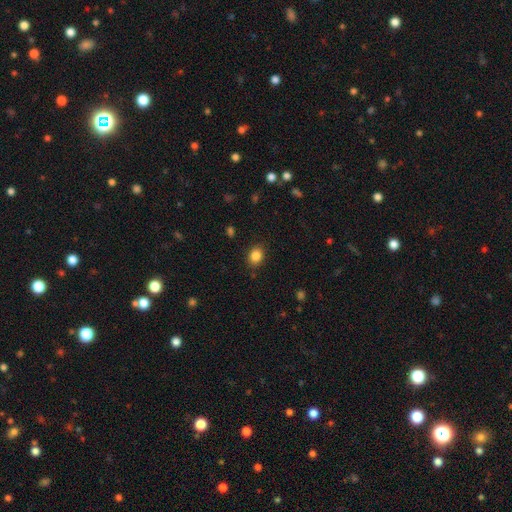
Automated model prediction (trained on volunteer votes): Overall: smooth (86%). How rounded: in between (52%; round 47%). Merging: none (87%).